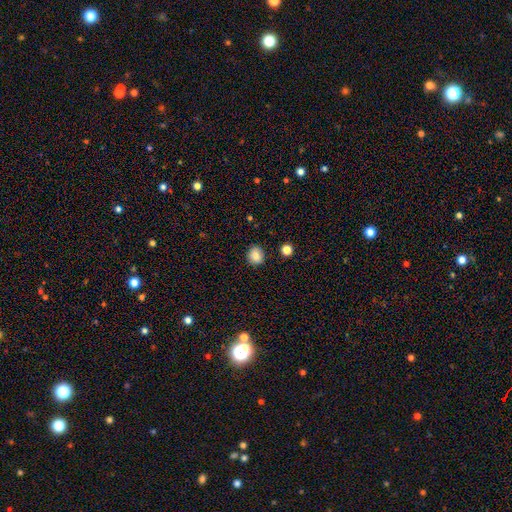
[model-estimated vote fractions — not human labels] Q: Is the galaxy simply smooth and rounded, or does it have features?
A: smooth — 84%.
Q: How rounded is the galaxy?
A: round — 75%.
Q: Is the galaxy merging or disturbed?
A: none — 86%.